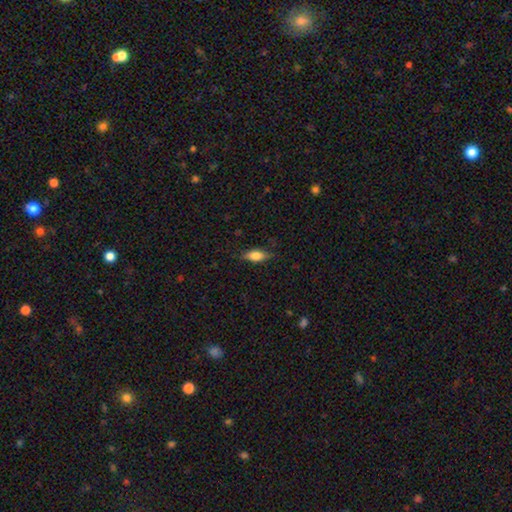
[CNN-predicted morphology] A smooth galaxy with no disk features (76%) that is in between round and cigar-shaped (77%).

Vote fractions:
- Smooth or featured? smooth: 76% / featured or disk: 17% / star or artifact: 7%
- How rounded? in between: 77% / cigar-shaped: 19% / round: 3%
- Merging? none: 80% / minor disturbance: 15% / major disturbance: 3% / merger: 1%